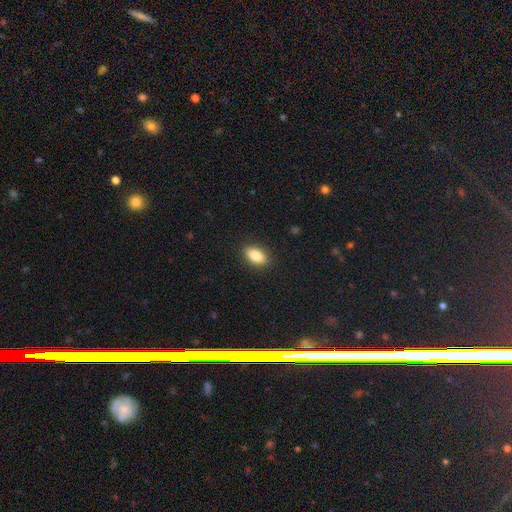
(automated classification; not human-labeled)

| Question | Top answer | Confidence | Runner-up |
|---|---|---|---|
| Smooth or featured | smooth | 85% | star or artifact (7%) |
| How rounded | in between | 89% | round (6%) |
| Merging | none | 89% | minor disturbance (8%) |